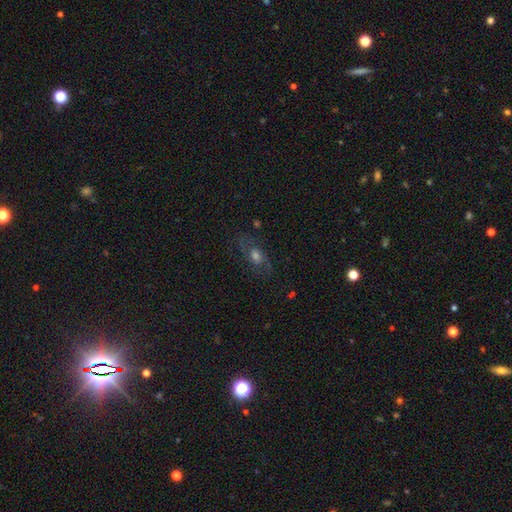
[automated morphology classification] type=featured or disk (60%); edge-on=no (89%); bar=no (61%); spiral arms=yes (83%); bulge=moderate (56%); merging=none (75%).